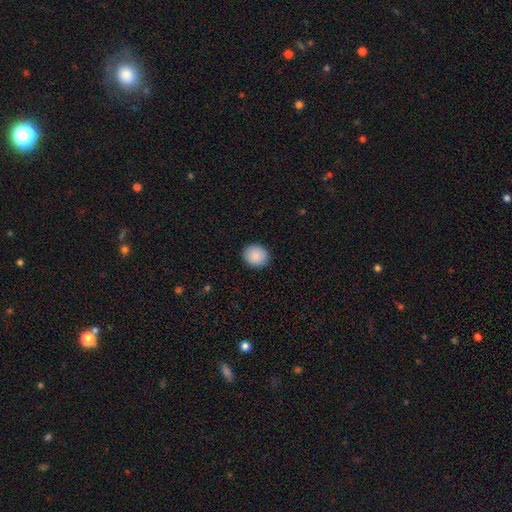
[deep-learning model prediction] A smooth galaxy with no disk features (90%) that is round (71%).

Vote fractions:
- Smooth or featured? smooth: 90% / star or artifact: 7% / featured or disk: 3%
- How rounded? round: 71% / in between: 28% / cigar-shaped: 1%
- Merging? none: 91% / minor disturbance: 6% / major disturbance: 2% / merger: 1%